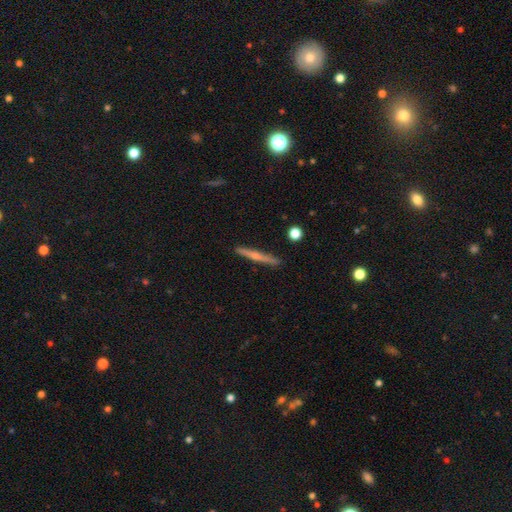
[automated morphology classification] Overall: featured or disk (55%; smooth 38%). Edge-on disk: yes (97%). Edge-on bulge: rounded (63%; none 31%). Merging: none (90%).